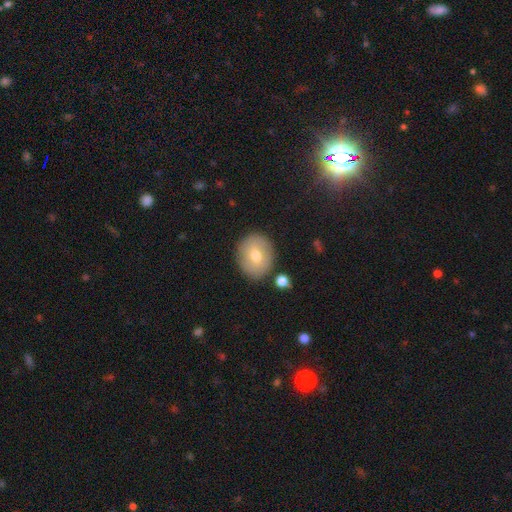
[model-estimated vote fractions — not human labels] Smooth or featured? Predicted: smooth (p=0.67). How rounded? Predicted: round (p=0.62). Merging? Predicted: none (p=0.85).